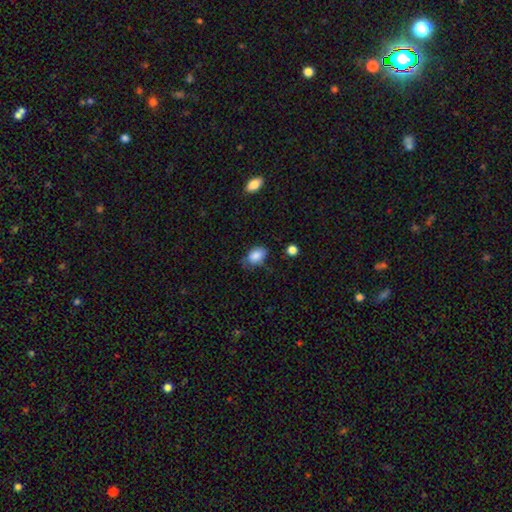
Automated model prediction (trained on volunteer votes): A smooth galaxy with no disk features (85%) that is in between round and cigar-shaped (86%). Merging: none (58%).